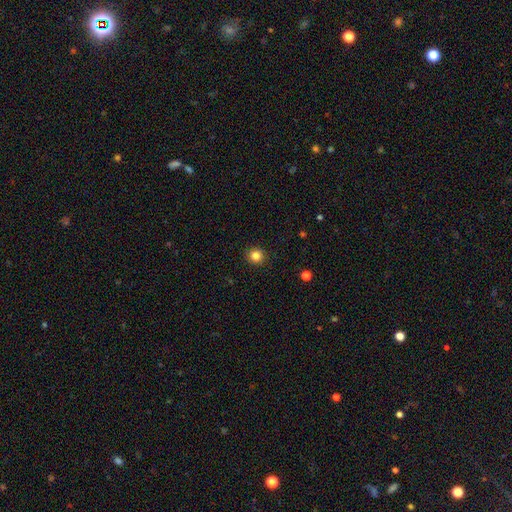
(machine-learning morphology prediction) Smooth or featured?
  - smooth: 83% *
  - star or artifact: 12%
  - featured or disk: 5%
How rounded?
  - round: 92% *
  - in between: 7%
  - cigar-shaped: 1%
Merging?
  - none: 92% *
  - minor disturbance: 5%
  - major disturbance: 2%
  - merger: 1%